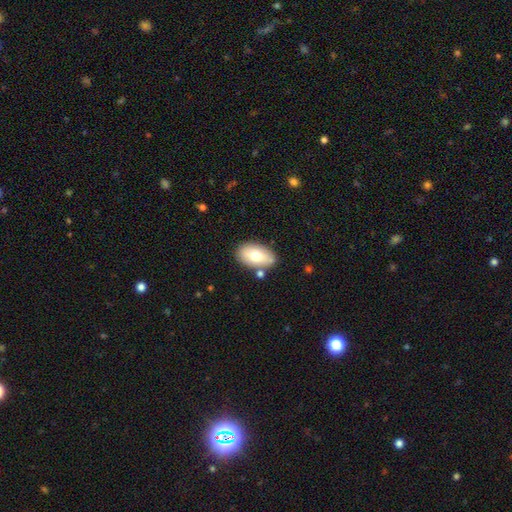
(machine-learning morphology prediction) type=smooth (70%); roundness=in between (92%); merging=none (78%).